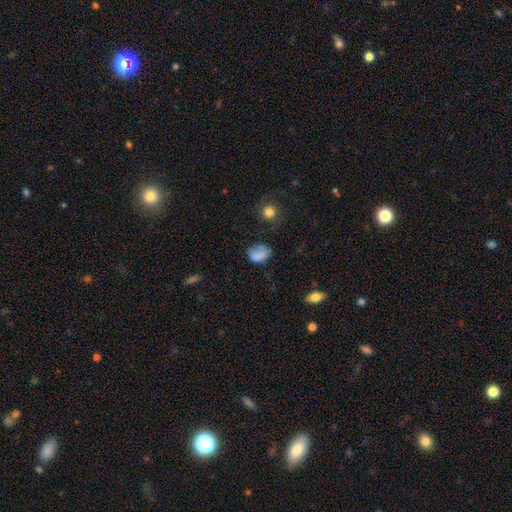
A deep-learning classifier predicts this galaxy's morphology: Q: Smooth or featured?
A: smooth (71%); runner-up: featured or disk (17%)
Q: How rounded?
A: in between (65%); runner-up: round (34%)
Q: Merging?
A: none (43%); runner-up: minor disturbance (29%)